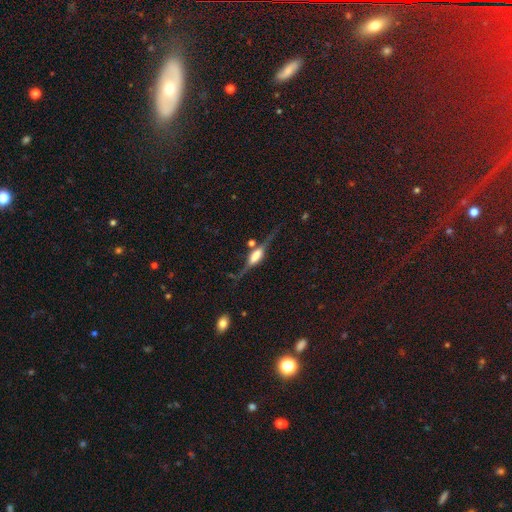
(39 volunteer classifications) Q: Smooth or featured?
A: featured or disk (92%); runner-up: smooth (8%)
Q: Edge-on disk?
A: yes (94%); runner-up: no (6%)
Q: Edge-on bulge?
A: rounded (53%); runner-up: boxy (47%)
Q: Merging?
A: none (67%); runner-up: minor disturbance (13%)